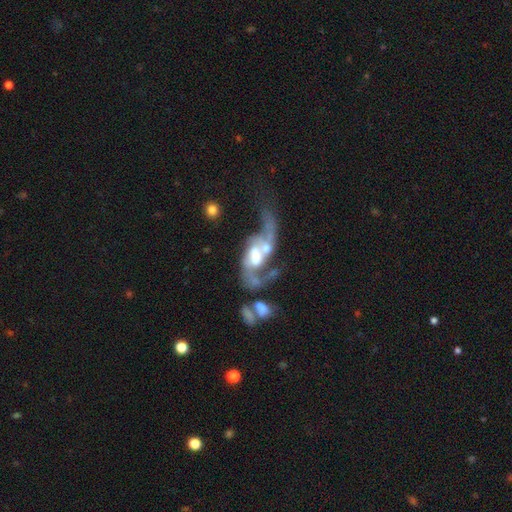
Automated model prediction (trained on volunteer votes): This is clearly a featured or disk galaxy (81%). It is clearly not viewed edge-on (96%). Bar: marginally no (42%). Spiral arm pattern: clearly yes (85%). Spiral arm count: likely 2 (77%). Spiral winding: likely loose (66%). Central bulge: marginally moderate (39%). Merging: marginally merger (38%).